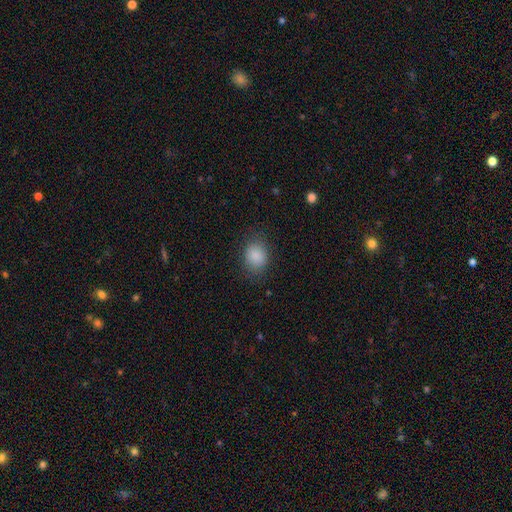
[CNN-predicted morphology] type=smooth (87%); roundness=round (55%); merging=none (82%).